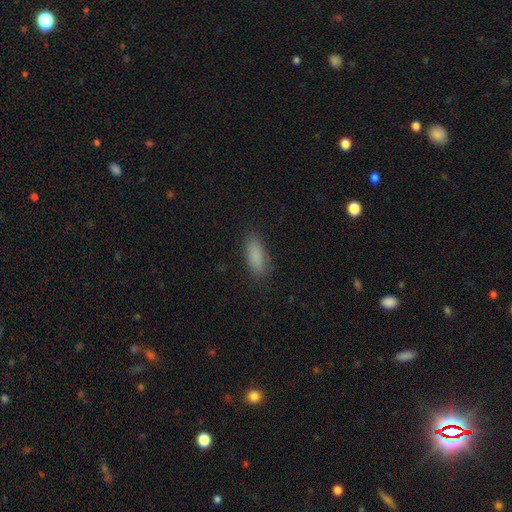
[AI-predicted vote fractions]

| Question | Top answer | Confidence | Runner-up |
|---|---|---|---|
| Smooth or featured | smooth | 87% | star or artifact (8%) |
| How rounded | in between | 75% | cigar-shaped (23%) |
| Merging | none | 85% | minor disturbance (11%) |